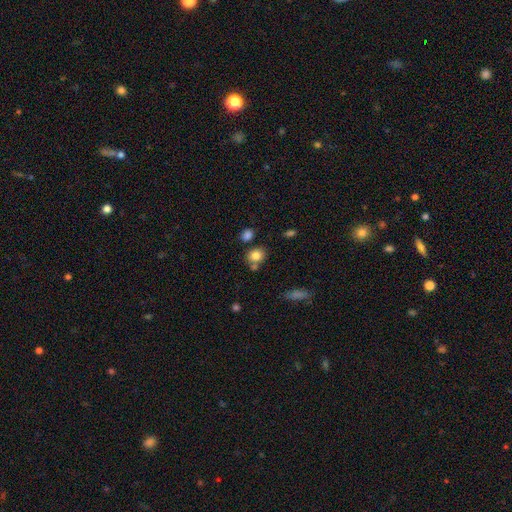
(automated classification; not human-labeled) This appears to be a smooth galaxy with no disk features (82%) that is round (65%). Merging: none (66%).